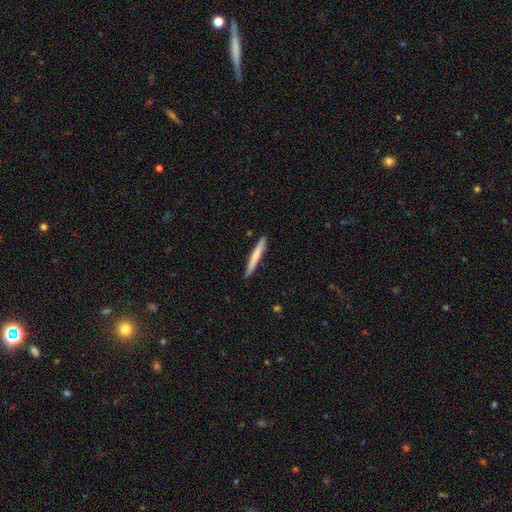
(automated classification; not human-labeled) smooth_or_featured: smooth (p=0.66) [alt: featured or disk p=0.28]
how_rounded: cigar-shaped (p=0.96) [alt: in between p=0.02]
merging: none (p=0.90) [alt: minor disturbance p=0.07]